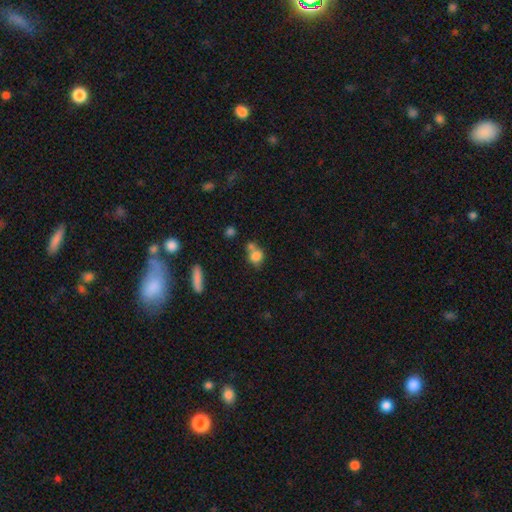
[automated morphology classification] Overall: smooth (79%). How rounded: round (66%; in between 32%). Merging: merger (41%, tied with none).